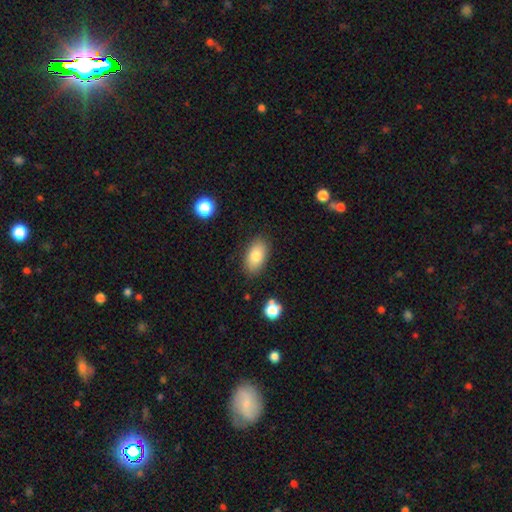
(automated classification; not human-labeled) A smooth galaxy with no disk features (81%) that is in between round and cigar-shaped (92%). Merging: none (85%).